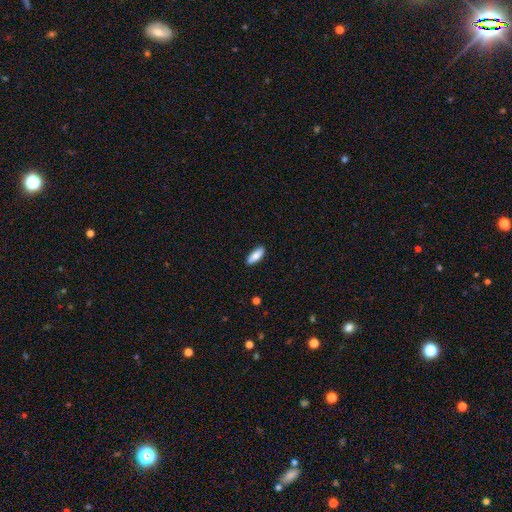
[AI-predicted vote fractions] Overall: smooth (83%). How rounded: in between (73%). Merging: none (88%).